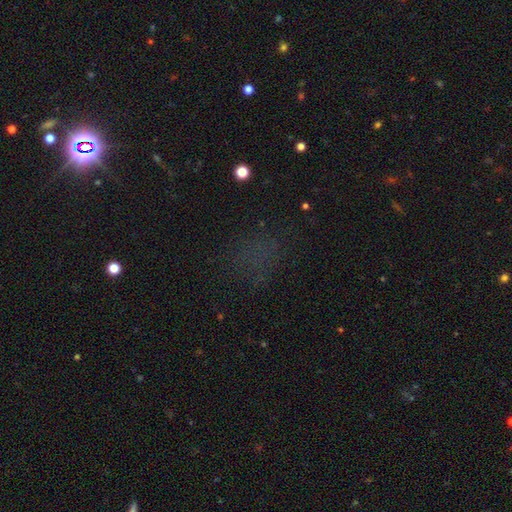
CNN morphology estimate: type=star or artifact (57%).